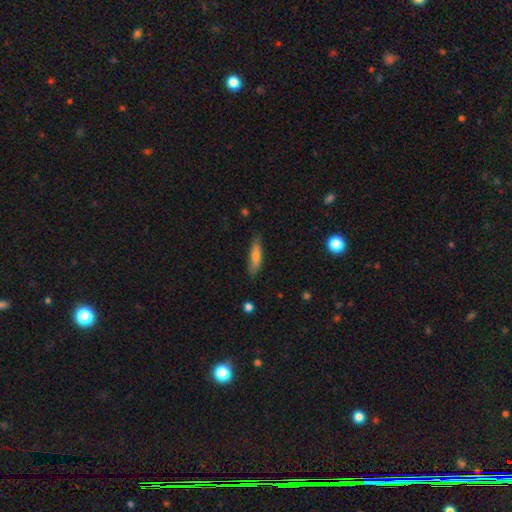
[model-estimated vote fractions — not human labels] Smooth or featured?
  - smooth: 72% *
  - featured or disk: 21%
  - star or artifact: 7%
How rounded?
  - cigar-shaped: 68% *
  - in between: 30%
  - round: 2%
Merging?
  - none: 80% *
  - minor disturbance: 16%
  - major disturbance: 3%
  - merger: 1%